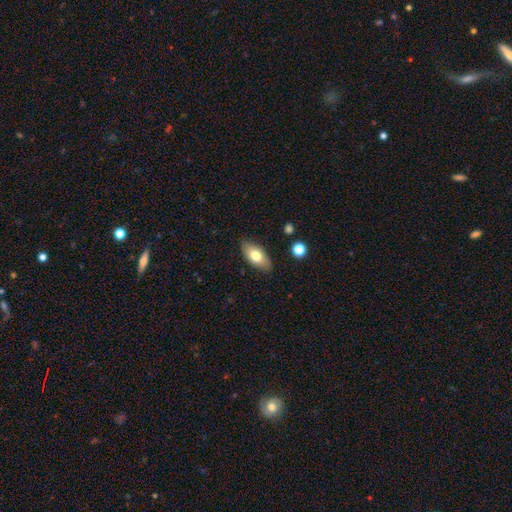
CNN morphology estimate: This appears to be a smooth galaxy with no disk features (74%) that is in between round and cigar-shaped (90%). Merging: none (86%).